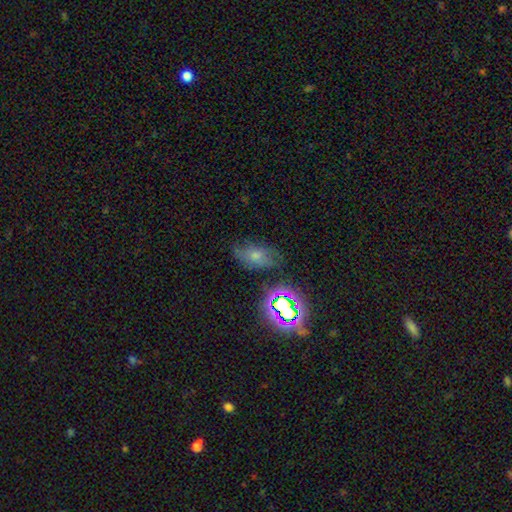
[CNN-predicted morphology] Q: Smooth or featured?
A: smooth (39%); runner-up: star or artifact (32%)
Q: Merging?
A: none (66%); runner-up: minor disturbance (22%)